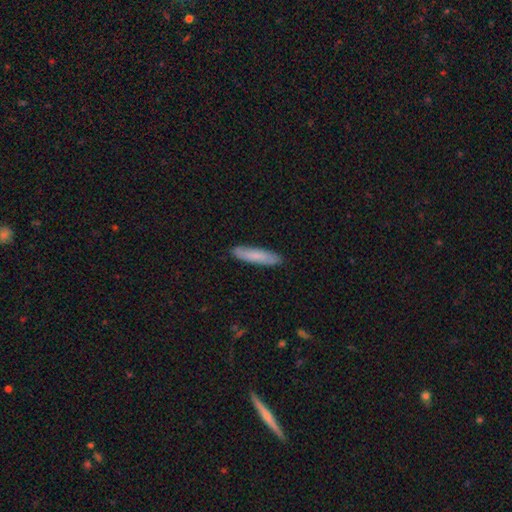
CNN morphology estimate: smooth-or-featured: smooth: 78% | featured or disk: 16% | star or artifact: 6%
  how-rounded: cigar-shaped: 84% | in between: 15% | round: 1%
  merging: none: 88% | minor disturbance: 9% | major disturbance: 2% | merger: 1%